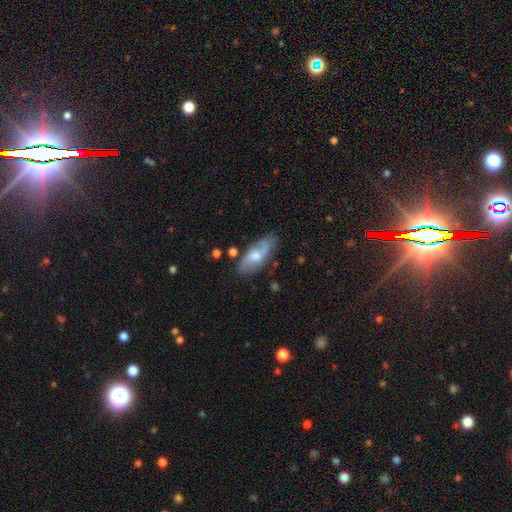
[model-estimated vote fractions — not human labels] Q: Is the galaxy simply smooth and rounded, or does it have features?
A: smooth — 47%.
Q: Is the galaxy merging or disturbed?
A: none — 70%.